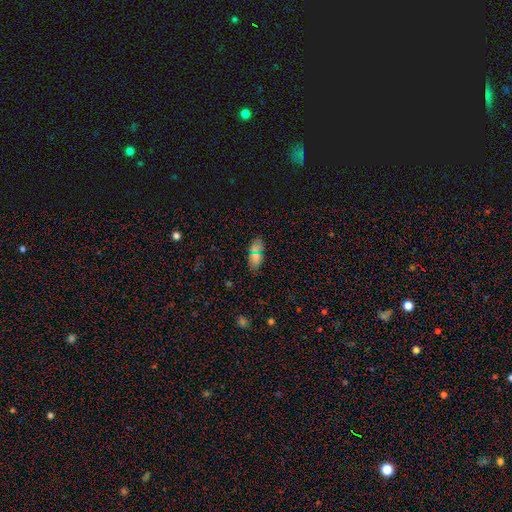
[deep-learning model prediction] Morphology: type=smooth (72%); roundness=in between (89%); merging=none (86%).